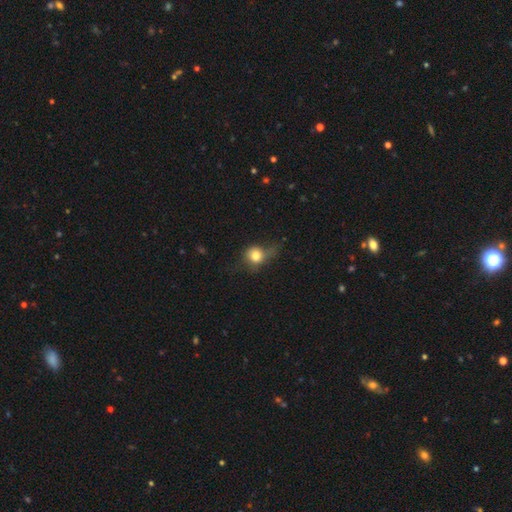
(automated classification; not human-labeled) Smooth or featured? Predicted: smooth (p=0.76). How rounded? Predicted: round (p=0.76). Merging? Predicted: none (p=0.38).